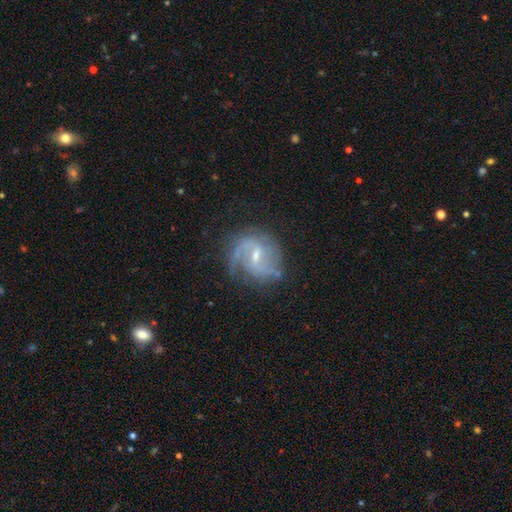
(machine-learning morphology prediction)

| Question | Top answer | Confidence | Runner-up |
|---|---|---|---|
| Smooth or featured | featured or disk | 81% | star or artifact (10%) |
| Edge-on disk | no | 97% | yes (3%) |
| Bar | weak | 53% | no (26%) |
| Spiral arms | yes | 94% | no (6%) |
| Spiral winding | medium | 46% | loose (29%) |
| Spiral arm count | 2 | 63% | can't tell (14%) |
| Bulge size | small | 59% | moderate (36%) |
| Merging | none | 72% | minor disturbance (18%) |